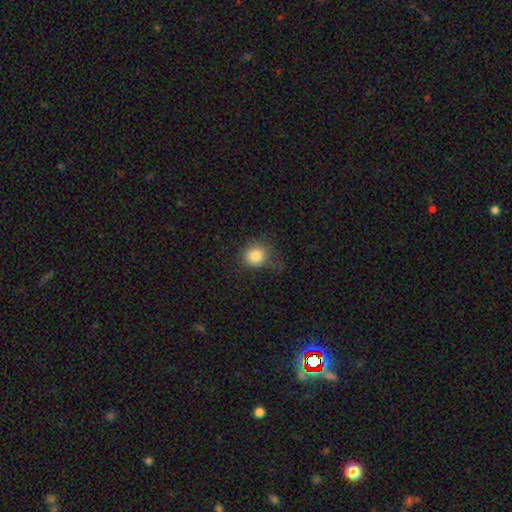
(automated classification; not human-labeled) Overall: smooth (82%). How rounded: round (87%). Merging: none (60%; minor disturbance 27%).